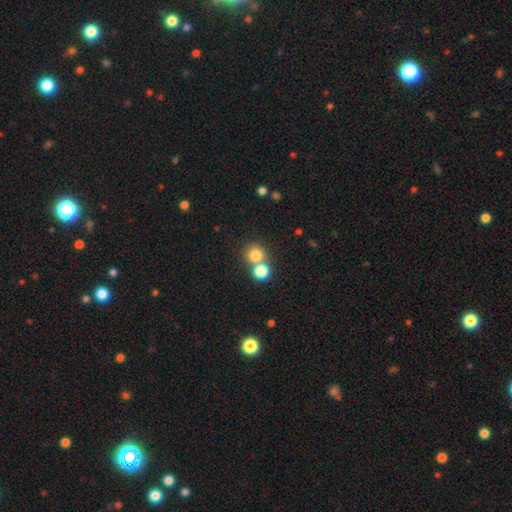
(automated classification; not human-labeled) Smooth or featured: smooth — 78% (star or artifact — 13%)
How rounded: round — 88% (in between — 11%)
Merging: none — 53% (merger — 38%)